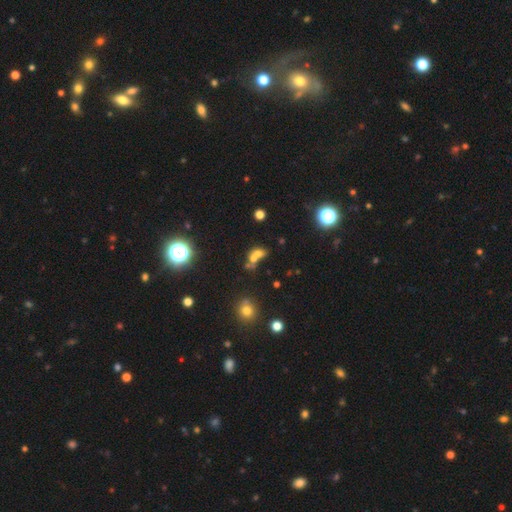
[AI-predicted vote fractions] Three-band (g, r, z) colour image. It shows a smooth galaxy with no disk features (56%) that is in between round and cigar-shaped (50%). Merging: merger (63%).